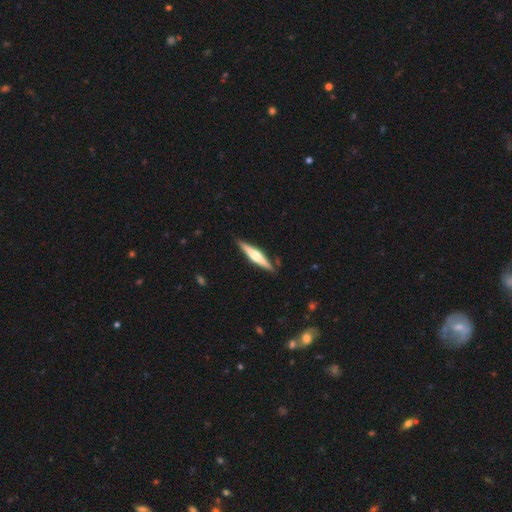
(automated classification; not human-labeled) Smooth or featured: featured or disk — 68% (smooth — 27%)
Edge-on disk: yes — 97% (no — 3%)
Edge-on bulge: rounded — 89% (boxy — 7%)
Merging: none — 88% (minor disturbance — 9%)